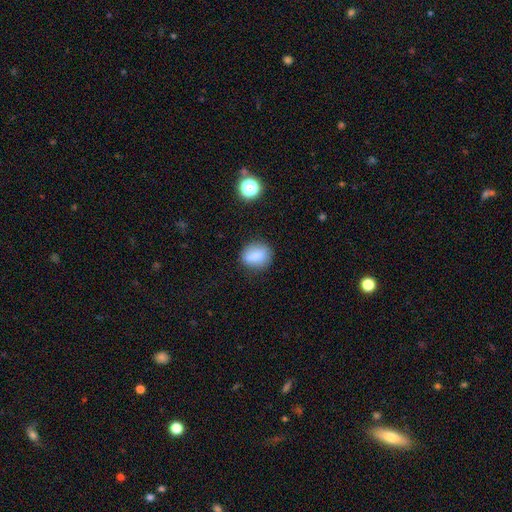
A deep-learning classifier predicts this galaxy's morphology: Smooth or featured? Predicted: smooth (p=0.80). How rounded? Predicted: round (p=0.59). Merging? Predicted: none (p=0.77).